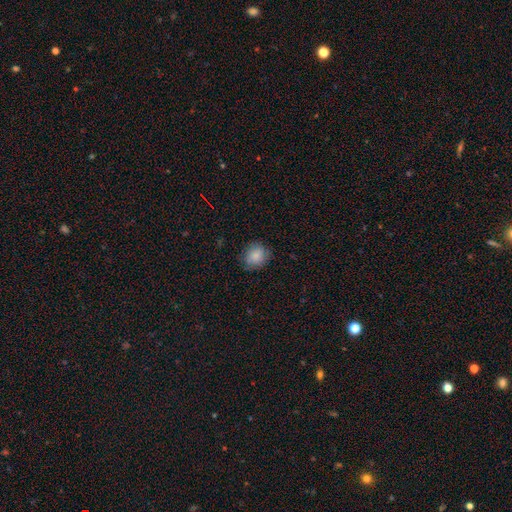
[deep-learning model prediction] Smooth or featured?
  - smooth: 85% *
  - star or artifact: 8%
  - featured or disk: 7%
How rounded?
  - round: 78% *
  - in between: 21%
  - cigar-shaped: 1%
Merging?
  - none: 79% *
  - minor disturbance: 16%
  - major disturbance: 4%
  - merger: 1%